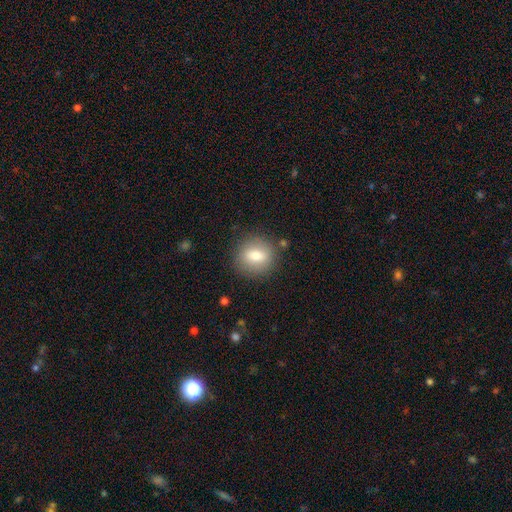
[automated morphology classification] This is likely a smooth galaxy (75%). How rounded: clearly round (82%). Merging: clearly none (86%).